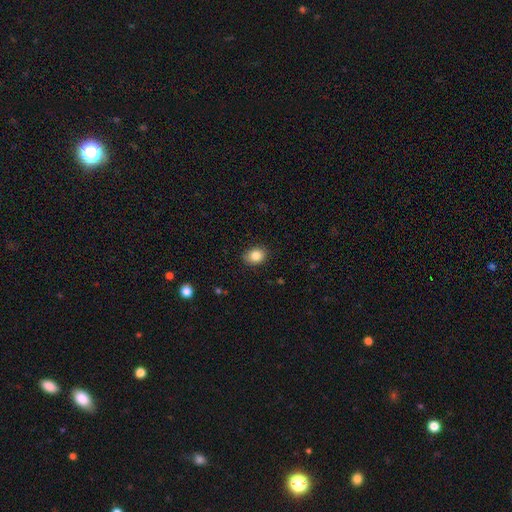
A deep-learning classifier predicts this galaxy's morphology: smooth_or_featured: smooth (p=0.85) [alt: star or artifact p=0.09]
how_rounded: in between (p=0.61) [alt: round p=0.38]
merging: none (p=0.86) [alt: minor disturbance p=0.11]